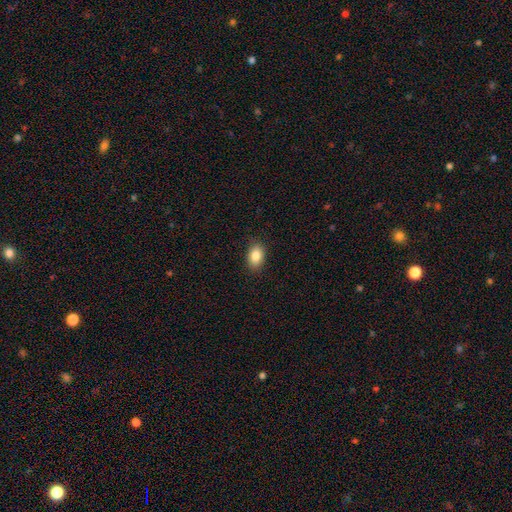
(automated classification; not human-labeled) A smooth galaxy with no disk features (86%) that is in between round and cigar-shaped (85%). Merging: none (87%).